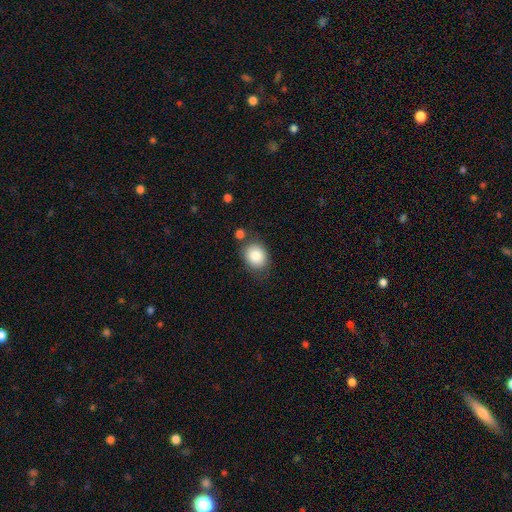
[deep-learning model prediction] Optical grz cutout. It shows a smooth galaxy with no disk features (84%) that is round (57%). Merging: none (73%).